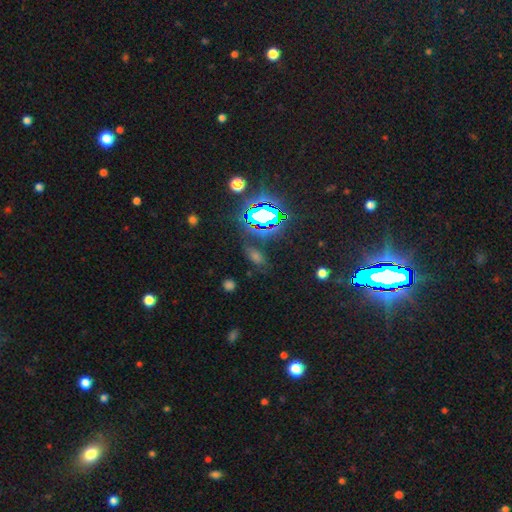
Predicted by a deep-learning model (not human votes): Overall: star or artifact (57%; smooth 31%).